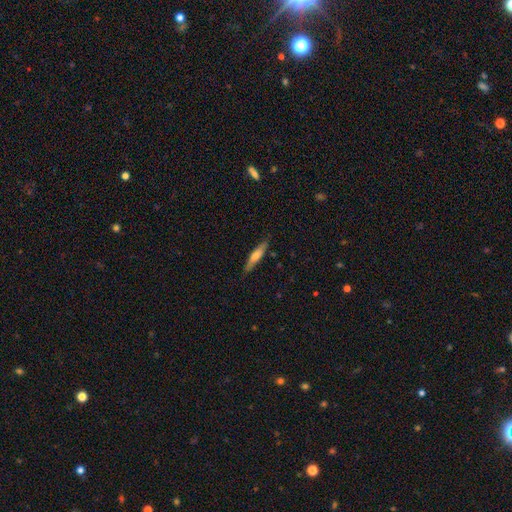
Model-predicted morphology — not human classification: Smooth or featured? Predicted: smooth (p=0.55). How rounded? Predicted: cigar-shaped (p=0.84). Merging? Predicted: none (p=0.83).